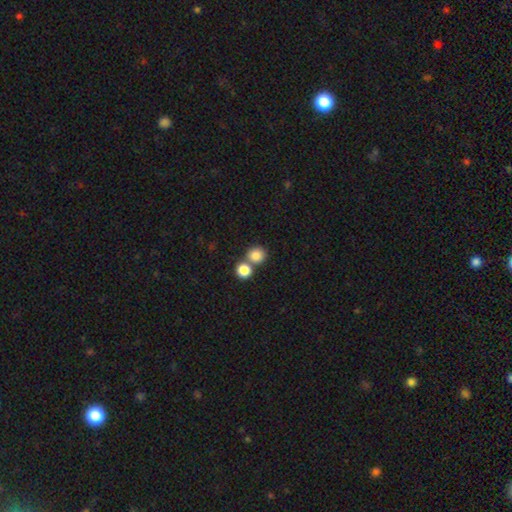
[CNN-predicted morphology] The model was most divided on "merging": none: 55%, merger: 36%, minor disturbance: 7%, major disturbance: 3%. More confident: how rounded — round (87%); smooth or featured — smooth (83%).